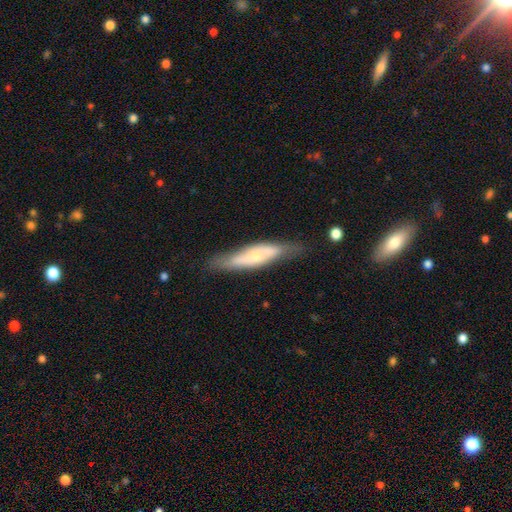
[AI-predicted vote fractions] Smooth or featured: featured or disk — 54% (smooth — 40%)
Edge-on disk: yes — 58% (no — 42%)
Merging: none — 72% (minor disturbance — 20%)